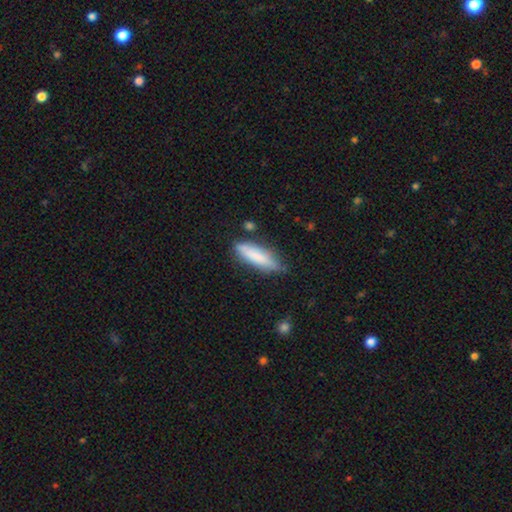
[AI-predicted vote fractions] Q: Smooth or featured?
A: smooth (80%); runner-up: featured or disk (14%)
Q: How rounded?
A: cigar-shaped (60%); runner-up: in between (38%)
Q: Merging?
A: none (71%); runner-up: minor disturbance (22%)